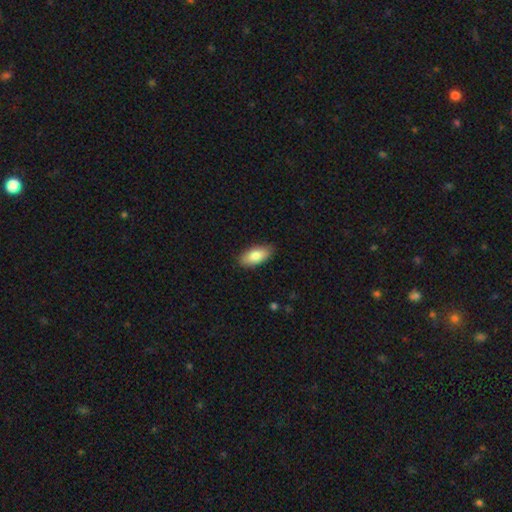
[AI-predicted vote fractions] Smooth or featured: smooth — 83% (featured or disk — 11%)
How rounded: in between — 90% (cigar-shaped — 8%)
Merging: none — 87% (minor disturbance — 10%)